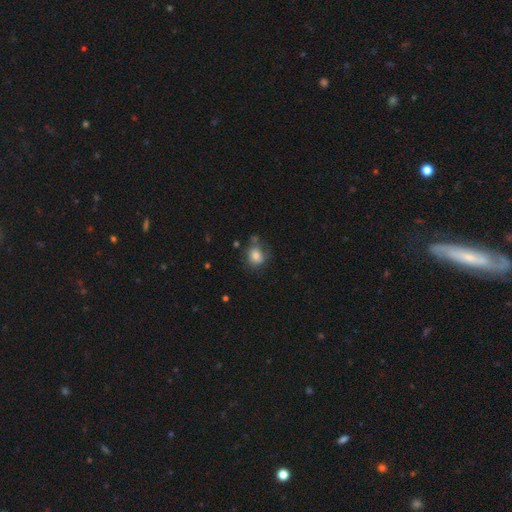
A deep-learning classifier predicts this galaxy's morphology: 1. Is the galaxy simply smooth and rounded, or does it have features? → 75% smooth, 15% featured or disk, 10% star or artifact.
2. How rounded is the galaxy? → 62% round, 37% in between, 1% cigar-shaped.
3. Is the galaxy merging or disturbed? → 60% none, 24% minor disturbance, 9% major disturbance, 7% merger.